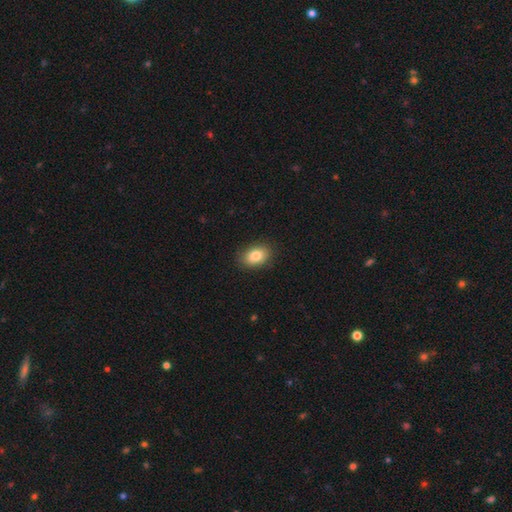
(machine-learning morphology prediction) Smooth or featured?
  - smooth: 84% *
  - star or artifact: 8%
  - featured or disk: 8%
How rounded?
  - in between: 82% *
  - round: 17%
  - cigar-shaped: 1%
Merging?
  - none: 87% *
  - minor disturbance: 9%
  - major disturbance: 2%
  - merger: 1%